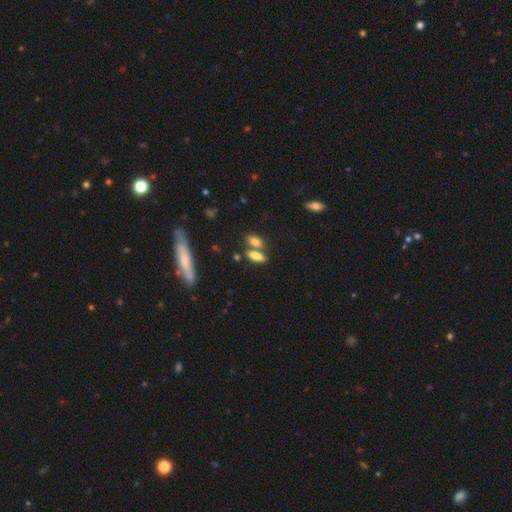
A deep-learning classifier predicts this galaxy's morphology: type=smooth (76%); roundness=in between (67%); merging=none (53%).